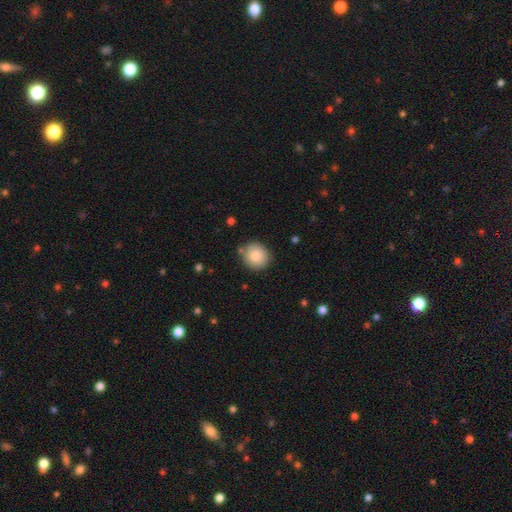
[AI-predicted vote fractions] Smooth or featured: smooth — 84% (star or artifact — 8%)
How rounded: round — 87% (in between — 13%)
Merging: none — 84% (minor disturbance — 11%)